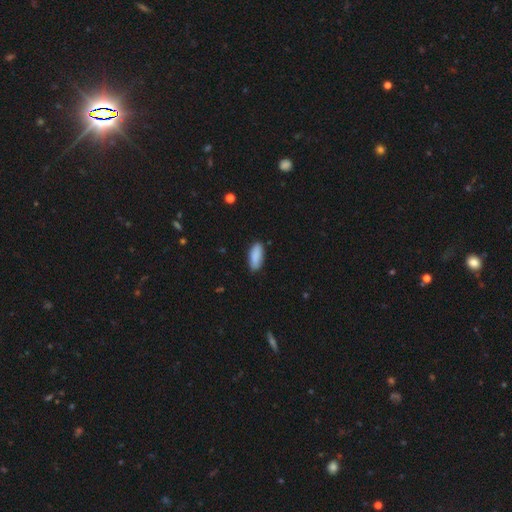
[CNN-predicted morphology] smooth-or-featured: smooth: 89% | star or artifact: 6% | featured or disk: 5%
  how-rounded: in between: 79% | cigar-shaped: 19% | round: 2%
  merging: none: 82% | minor disturbance: 15% | major disturbance: 2% | merger: 1%